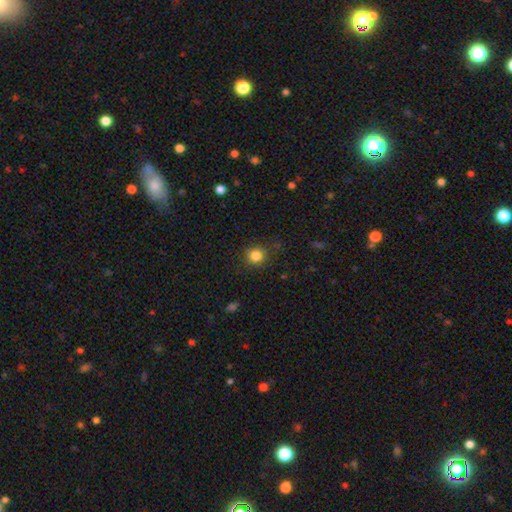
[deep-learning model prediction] A smooth galaxy with no disk features (83%) that is round (88%).

Vote fractions:
- Smooth or featured? smooth: 83% / star or artifact: 12% / featured or disk: 5%
- How rounded? round: 88% / in between: 11% / cigar-shaped: 1%
- Merging? none: 84% / minor disturbance: 11% / major disturbance: 4% / merger: 1%